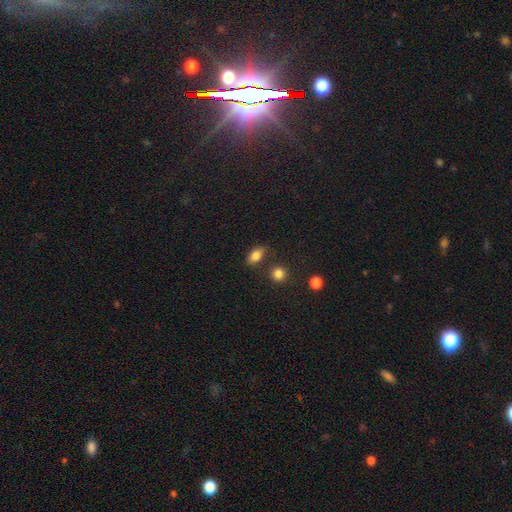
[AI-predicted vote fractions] A smooth galaxy with no disk features (81%) that is in between round and cigar-shaped (82%). Merging: none (74%).